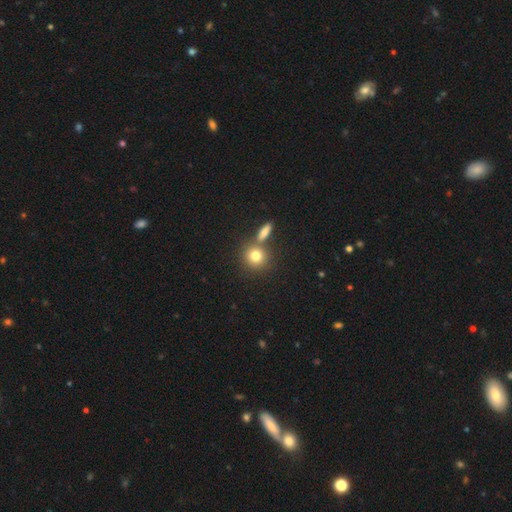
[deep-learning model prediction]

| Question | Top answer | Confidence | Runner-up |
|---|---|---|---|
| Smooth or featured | smooth | 78% | star or artifact (11%) |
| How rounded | round | 86% | in between (12%) |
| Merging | none | 63% | merger (25%) |